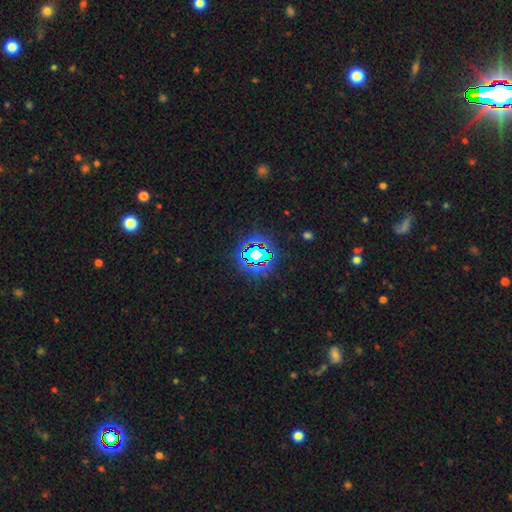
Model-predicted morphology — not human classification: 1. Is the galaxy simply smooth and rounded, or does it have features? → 70% star or artifact, 17% smooth, 13% featured or disk.